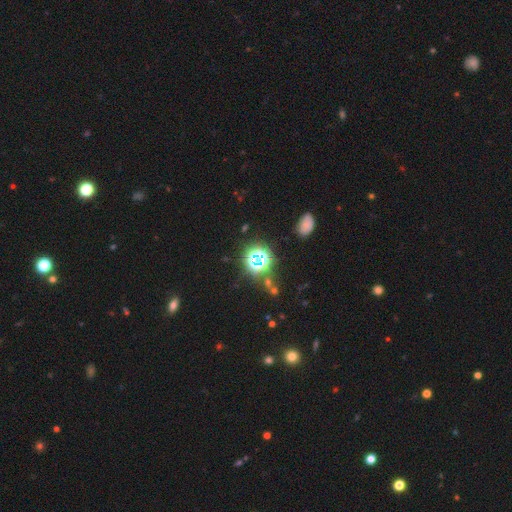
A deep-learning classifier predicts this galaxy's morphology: Smooth or featured? Predicted: star or artifact (p=0.73).